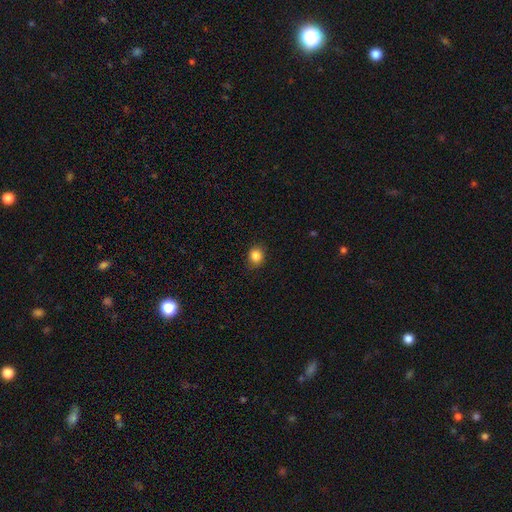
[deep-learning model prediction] smooth-or-featured: smooth: 85% | star or artifact: 11% | featured or disk: 4%
  how-rounded: round: 79% | in between: 20% | cigar-shaped: 1%
  merging: none: 87% | minor disturbance: 10% | major disturbance: 2% | merger: 1%